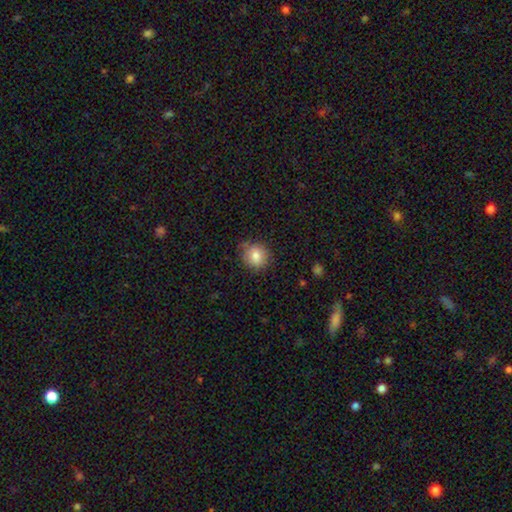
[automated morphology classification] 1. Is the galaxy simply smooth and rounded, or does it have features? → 82% smooth, 10% star or artifact, 8% featured or disk.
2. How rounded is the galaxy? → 85% round, 14% in between, 1% cigar-shaped.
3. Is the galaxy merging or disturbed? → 79% none, 16% minor disturbance, 3% major disturbance, 1% merger.